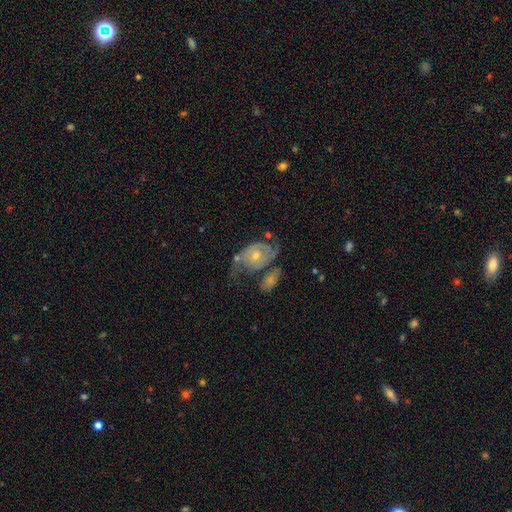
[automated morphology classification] smooth-or-featured: featured or disk: 76% | smooth: 16% | star or artifact: 8%
  disk-edge-on: no: 96% | yes: 4%
    bar: no: 75% | weak: 20% | strong: 5%
    has-spiral-arms: yes: 83% | no: 17%
      spiral-winding: tight: 46% | medium: 36% | loose: 18%
      spiral-arm-count: 2: 58% | can't tell: 24% | 1: 9% | 3: 5% | 4: 2% | more than 4: 2%
    bulge-size: small: 48% | moderate: 47% | large: 2% | none: 2% | dominant: 1%
  merging: none: 39% | major disturbance: 22% | minor disturbance: 20% | merger: 19%